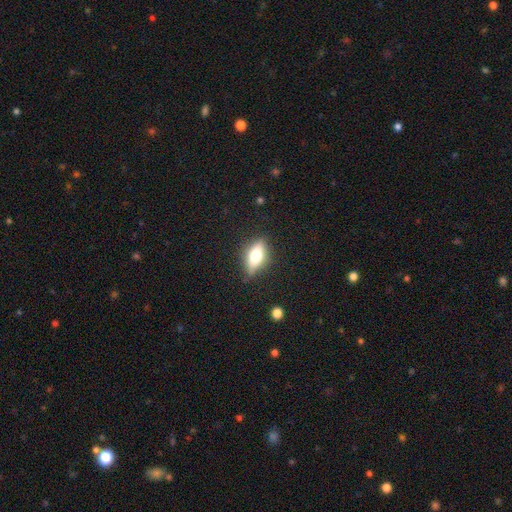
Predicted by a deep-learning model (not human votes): Morphology: type=smooth (52%); roundness=in between (73%); merging=none (80%).